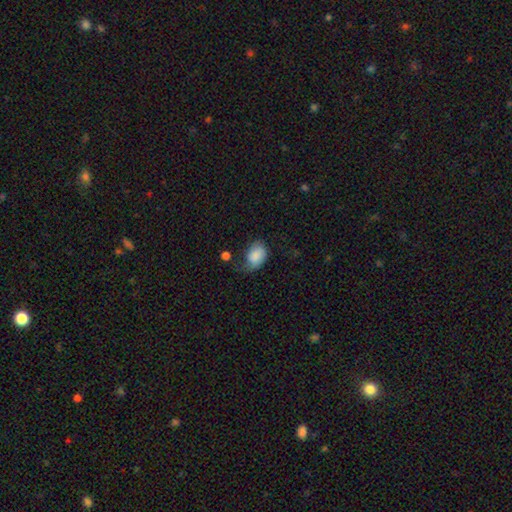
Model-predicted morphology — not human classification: smooth 80%, featured or disk 12%, star or artifact 7%. Down the decision tree: how rounded — in between (76%); merging — none (38%).